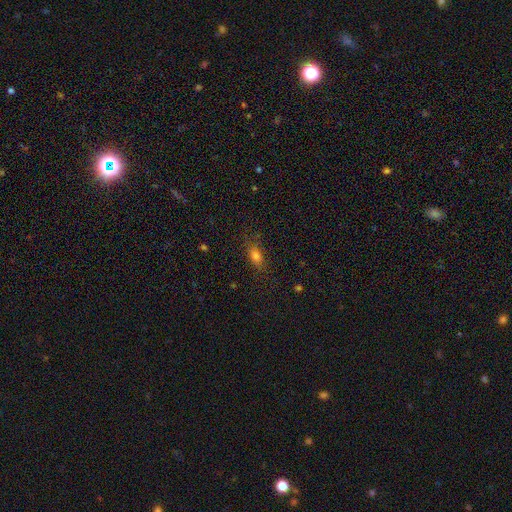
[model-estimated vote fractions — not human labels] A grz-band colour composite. It shows a smooth galaxy with no disk features (77%) that is in between round and cigar-shaped (77%). Merging: none (79%).